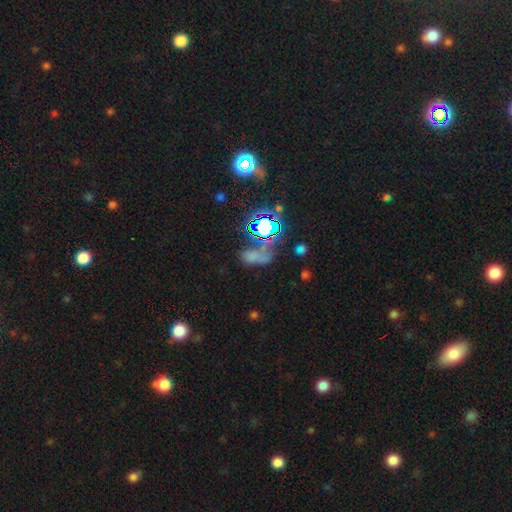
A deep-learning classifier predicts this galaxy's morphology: Smooth or featured: star or artifact — 43% (tied with smooth — 43%)